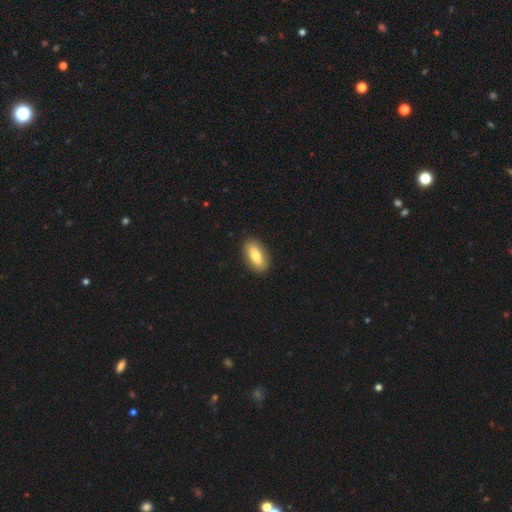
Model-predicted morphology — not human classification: Smooth or featured: smooth — 77% (featured or disk — 17%)
How rounded: in between — 89% (cigar-shaped — 7%)
Merging: none — 88% (minor disturbance — 9%)